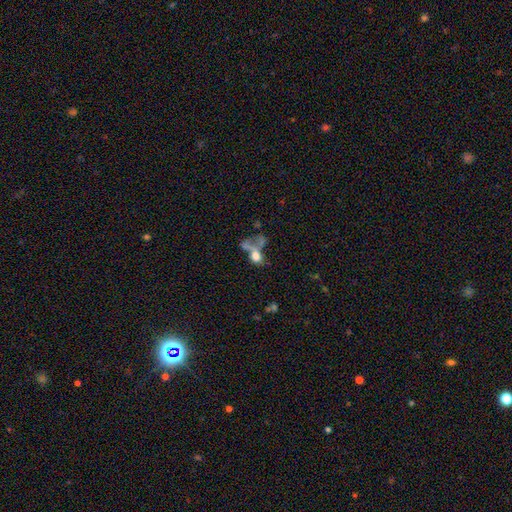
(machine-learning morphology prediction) Smooth or featured? smooth (51%)
How rounded? in between (56%)
Merging? merger (40%)